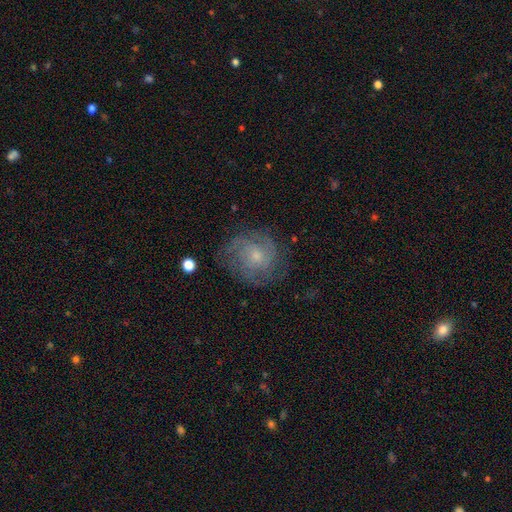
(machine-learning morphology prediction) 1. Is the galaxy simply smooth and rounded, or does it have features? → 70% featured or disk, 21% smooth, 9% star or artifact.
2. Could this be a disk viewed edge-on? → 97% no, 3% yes.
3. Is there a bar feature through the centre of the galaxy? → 77% no, 20% weak, 3% strong.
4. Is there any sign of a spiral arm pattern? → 90% yes, 10% no.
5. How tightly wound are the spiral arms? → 53% tight, 35% medium, 11% loose.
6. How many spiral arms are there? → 38% can't tell, 21% 3, 16% 2, 14% 4, 6% more than 4, 6% 1.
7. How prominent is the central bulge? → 65% small, 29% moderate, 3% none, 2% large, 1% dominant.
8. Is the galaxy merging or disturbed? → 71% none, 18% minor disturbance, 9% major disturbance, 1% merger.